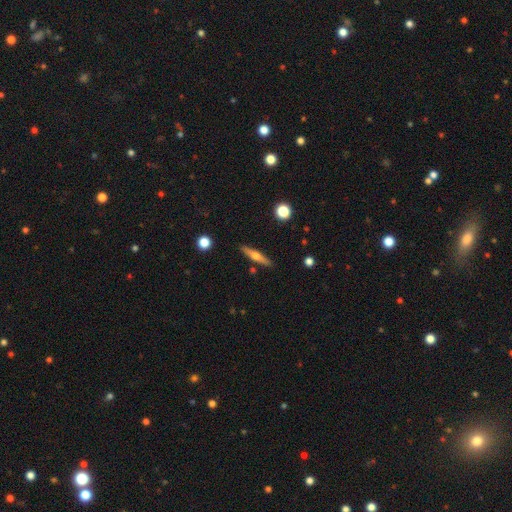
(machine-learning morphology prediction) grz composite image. It shows a featured or disk galaxy (51%) viewed edge-on (93%). Merging: none (89%).